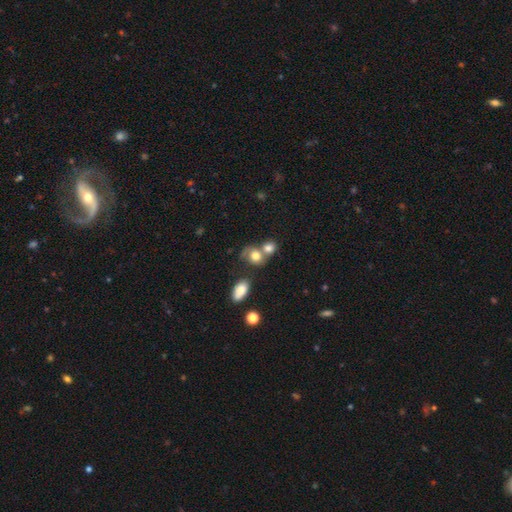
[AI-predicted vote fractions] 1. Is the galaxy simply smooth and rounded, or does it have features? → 74% smooth, 16% featured or disk, 10% star or artifact.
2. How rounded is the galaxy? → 64% round, 34% in between, 1% cigar-shaped.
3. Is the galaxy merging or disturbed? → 51% merger, 31% none, 11% minor disturbance, 7% major disturbance.